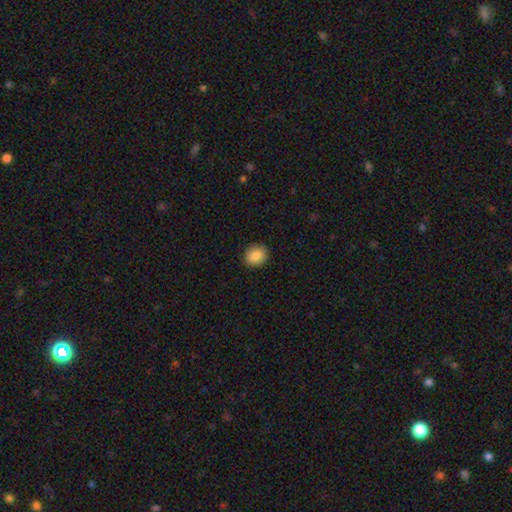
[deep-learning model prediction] The model was most divided on "how rounded": round: 76%, in between: 23%, cigar-shaped: 1%. More confident: merging — none (90%); smooth or featured — smooth (87%).